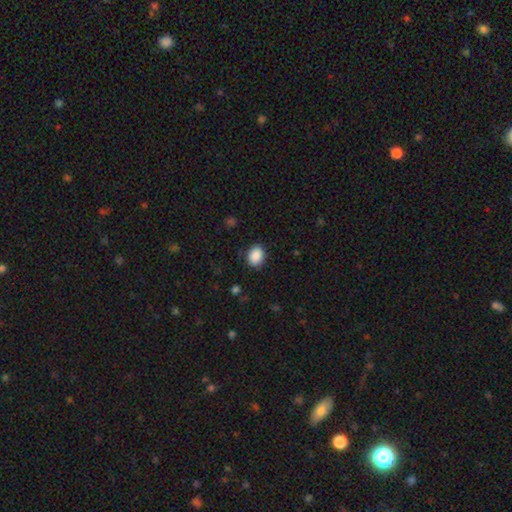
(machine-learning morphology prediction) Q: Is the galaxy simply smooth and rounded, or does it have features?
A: smooth — 89%.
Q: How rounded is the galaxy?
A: in between — 64%.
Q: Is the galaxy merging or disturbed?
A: none — 86%.